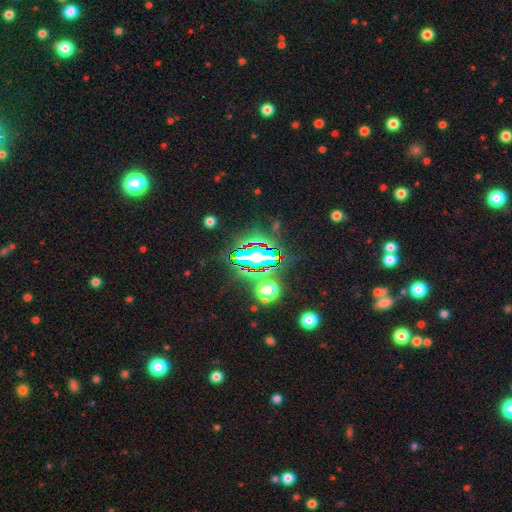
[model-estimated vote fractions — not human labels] star or artifact 76%, smooth 14%, featured or disk 10%.